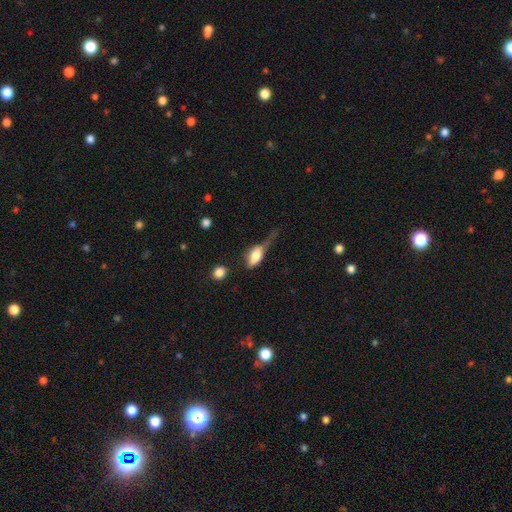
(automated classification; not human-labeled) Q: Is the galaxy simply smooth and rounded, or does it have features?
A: smooth — 66%.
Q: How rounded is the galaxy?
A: in between — 80%.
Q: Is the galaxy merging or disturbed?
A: major disturbance — 42%.